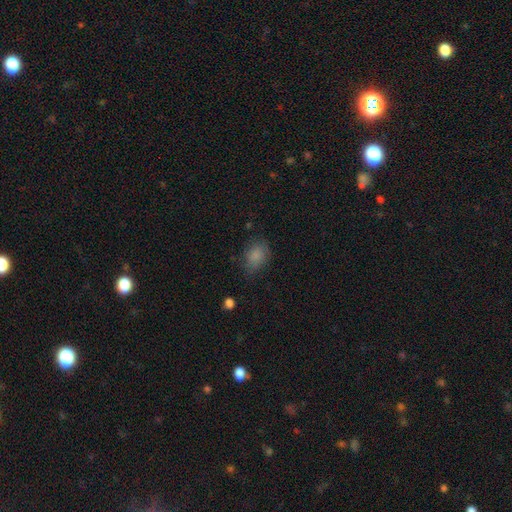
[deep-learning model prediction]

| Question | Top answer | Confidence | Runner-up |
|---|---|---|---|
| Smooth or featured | smooth | 83% | star or artifact (10%) |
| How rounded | in between | 70% | round (28%) |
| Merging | none | 68% | minor disturbance (23%) |